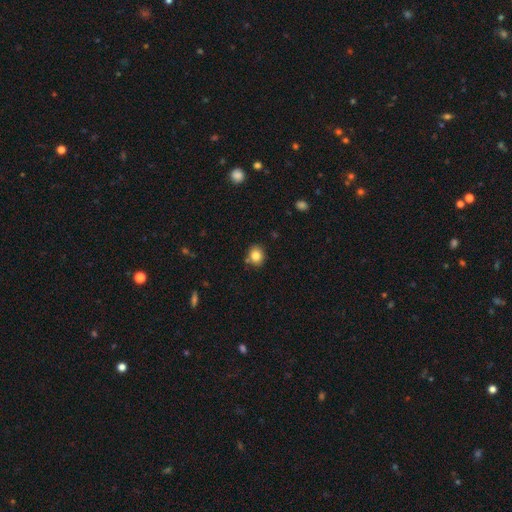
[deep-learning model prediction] Smooth or featured? smooth (84%)
How rounded? round (75%)
Merging? none (81%)